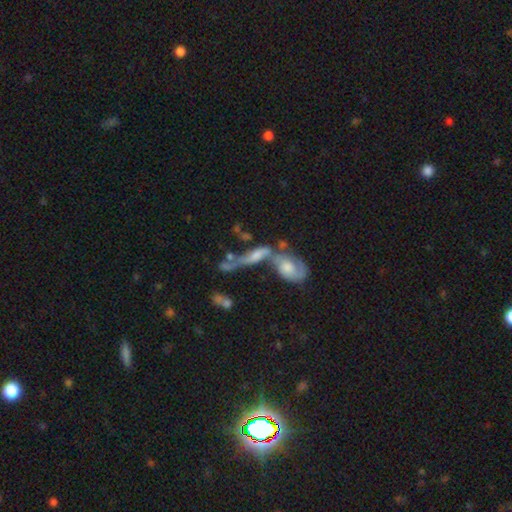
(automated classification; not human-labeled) A featured or disk galaxy (49%). Merging: merger (65%).